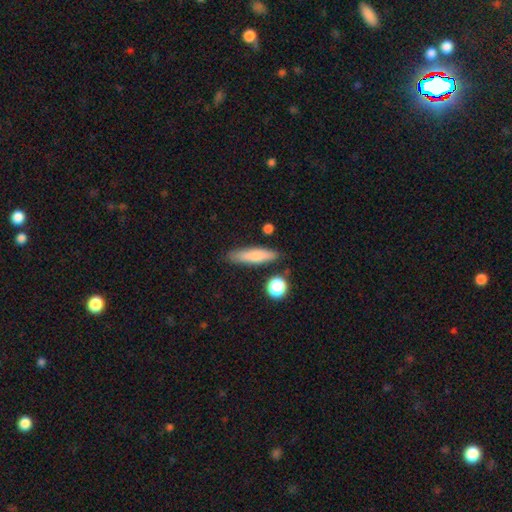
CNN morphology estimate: Smooth or featured: smooth — 77% (featured or disk — 16%)
How rounded: cigar-shaped — 75% (in between — 23%)
Merging: none — 83% (minor disturbance — 11%)